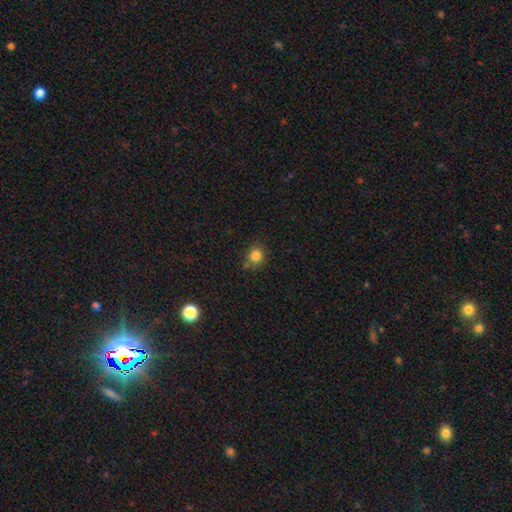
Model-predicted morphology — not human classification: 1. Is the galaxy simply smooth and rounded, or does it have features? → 83% smooth, 12% star or artifact, 5% featured or disk.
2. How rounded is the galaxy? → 84% round, 15% in between, 1% cigar-shaped.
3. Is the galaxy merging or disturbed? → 74% none, 16% minor disturbance, 7% merger, 4% major disturbance.